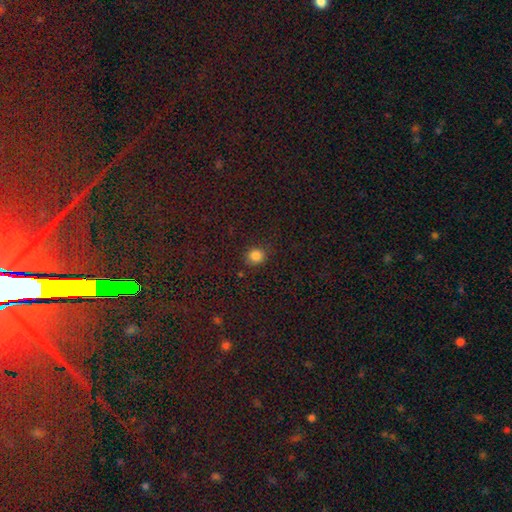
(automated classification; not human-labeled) Smooth or featured: smooth — 83% (star or artifact — 12%)
How rounded: round — 83% (in between — 16%)
Merging: none — 85% (minor disturbance — 10%)